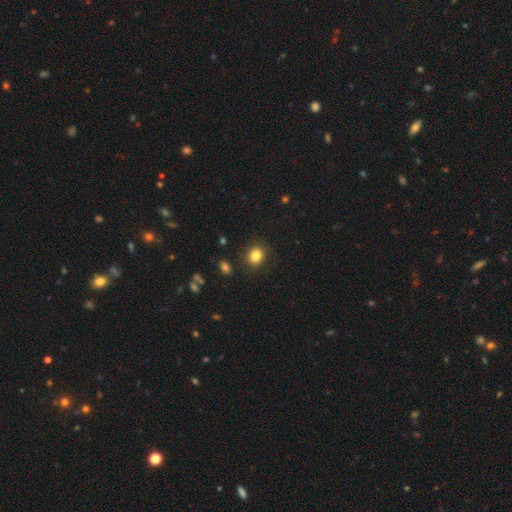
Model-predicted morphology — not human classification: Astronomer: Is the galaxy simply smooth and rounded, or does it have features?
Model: smooth — 84%.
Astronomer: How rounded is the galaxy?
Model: round — 57% (runner-up: in between, 42%).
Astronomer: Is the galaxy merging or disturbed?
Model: none — 87%.